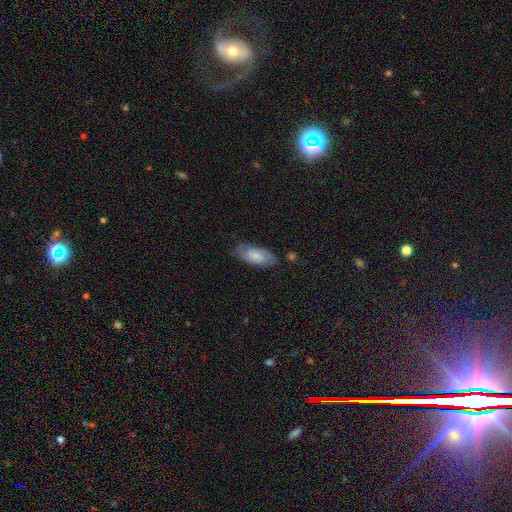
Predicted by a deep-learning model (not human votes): smooth_or_featured: smooth (p=0.57) [alt: featured or disk p=0.36]
how_rounded: in between (p=0.84) [alt: cigar-shaped p=0.14]
merging: none (p=0.73) [alt: minor disturbance p=0.20]